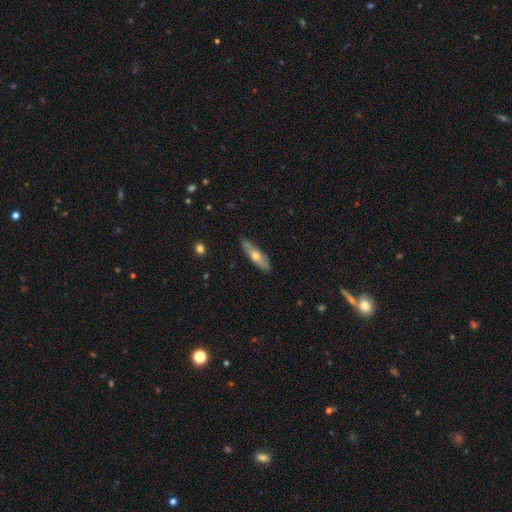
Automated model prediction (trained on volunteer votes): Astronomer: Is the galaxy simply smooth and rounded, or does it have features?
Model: smooth — 50% (runner-up: featured or disk, 45%).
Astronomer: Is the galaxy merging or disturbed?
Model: none — 74%.